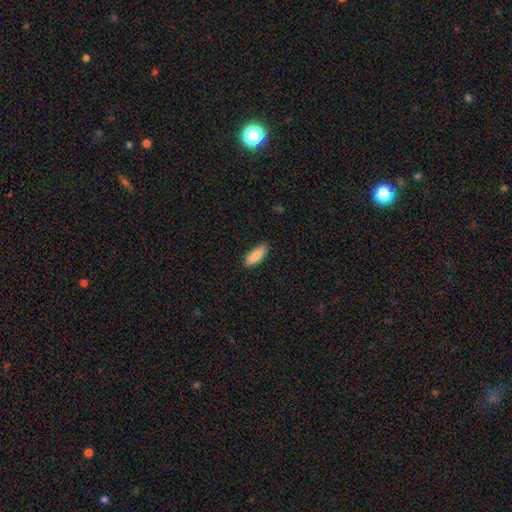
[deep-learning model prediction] Overall: smooth (87%). How rounded: in between (70%). Merging: none (85%).